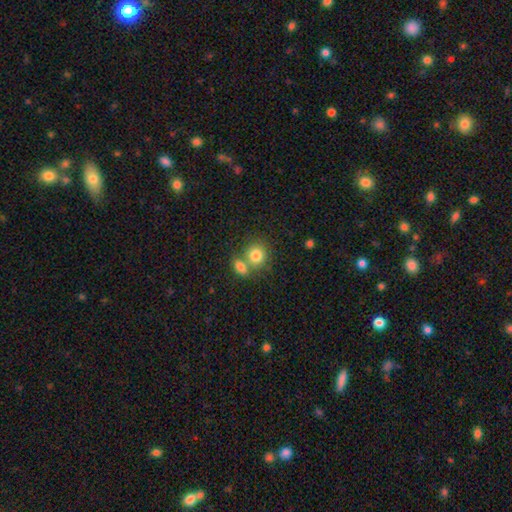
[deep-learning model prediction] Q: Smooth or featured?
A: smooth (81%); runner-up: featured or disk (10%)
Q: How rounded?
A: round (77%); runner-up: in between (22%)
Q: Merging?
A: none (45%); runner-up: merger (43%)